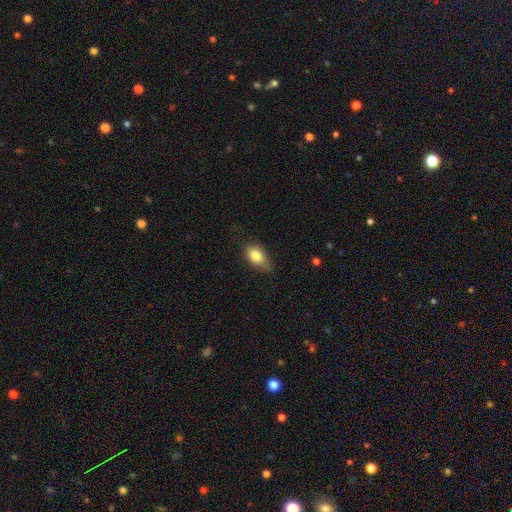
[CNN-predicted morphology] This appears to be a smooth galaxy with no disk features (77%) that is in between round and cigar-shaped (83%). Merging: none (52%).